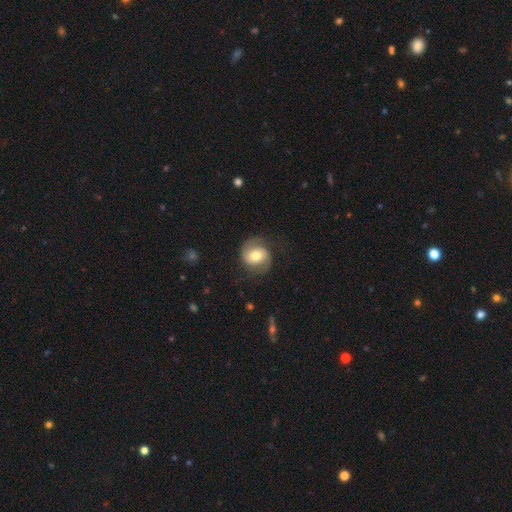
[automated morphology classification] This appears to be a featured or disk galaxy (62%) with no bar (51%), 2 (85%) medium (46%) spiral arms (89%) and a moderate central bulge (68%). Merging: none (71%).